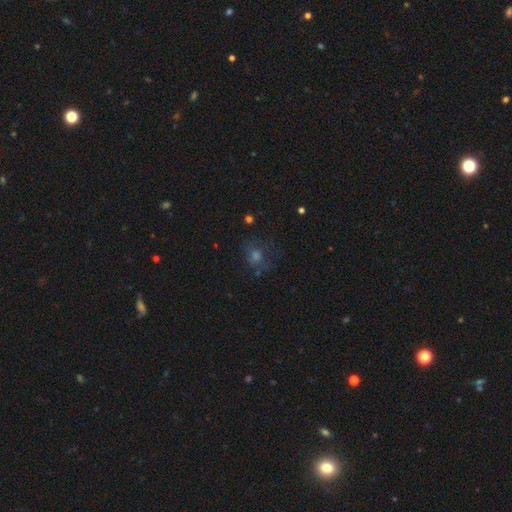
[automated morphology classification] smooth 45%, star or artifact 33%, featured or disk 22%. Down the decision tree: merging — none (66%).